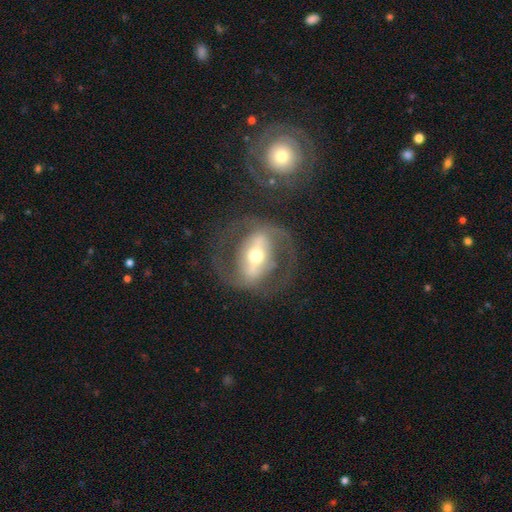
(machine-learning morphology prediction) Q: Smooth or featured?
A: featured or disk (80%); runner-up: smooth (14%)
Q: Edge-on disk?
A: no (92%); runner-up: yes (8%)
Q: Bar?
A: strong (67%); runner-up: weak (20%)
Q: Spiral arms?
A: yes (68%); runner-up: no (32%)
Q: Bulge size?
A: moderate (65%); runner-up: small (22%)
Q: Merging?
A: none (67%); runner-up: major disturbance (14%)